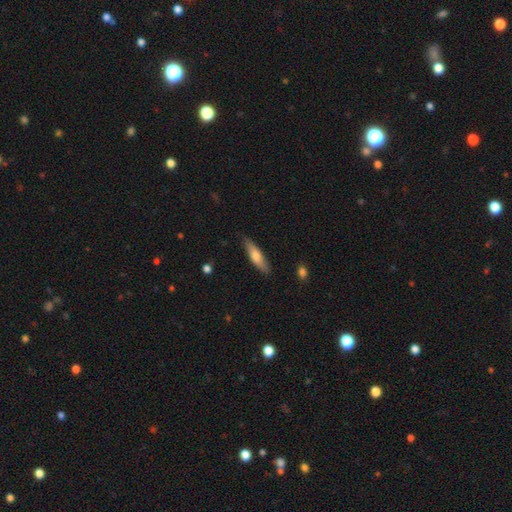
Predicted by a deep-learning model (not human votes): A smooth galaxy with no disk features (64%) that is cigar-shaped (72%).

Vote fractions:
- Smooth or featured? smooth: 64% / featured or disk: 30% / star or artifact: 6%
- How rounded? cigar-shaped: 72% / in between: 26% / round: 2%
- Merging? none: 85% / minor disturbance: 12% / major disturbance: 2% / merger: 1%